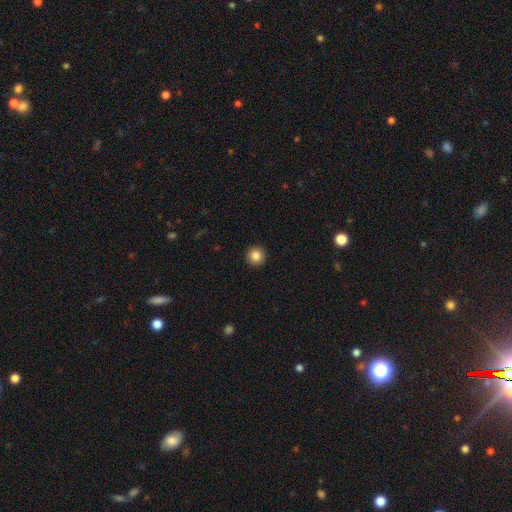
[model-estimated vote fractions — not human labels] This appears to be a smooth galaxy with no disk features (85%) that is round (95%). Merging: none (93%).